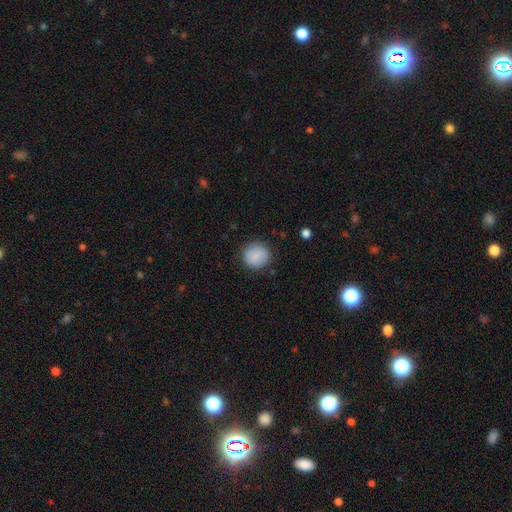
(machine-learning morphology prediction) Smooth or featured? Predicted: smooth (p=0.85). How rounded? Predicted: round (p=0.91). Merging? Predicted: none (p=0.87).